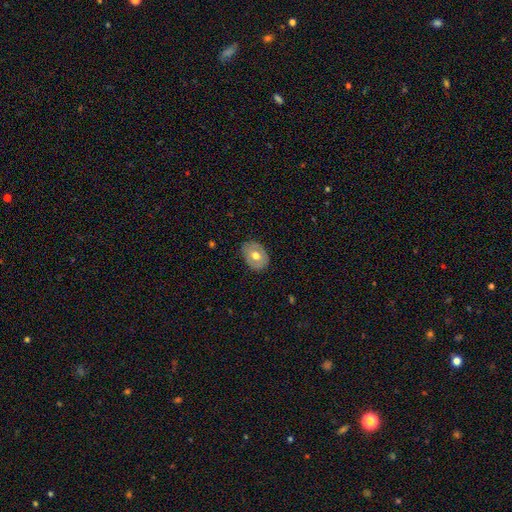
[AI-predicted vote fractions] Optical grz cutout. It shows a smooth galaxy with no disk features (59%) that is in between round and cigar-shaped (67%). Merging: none (82%).